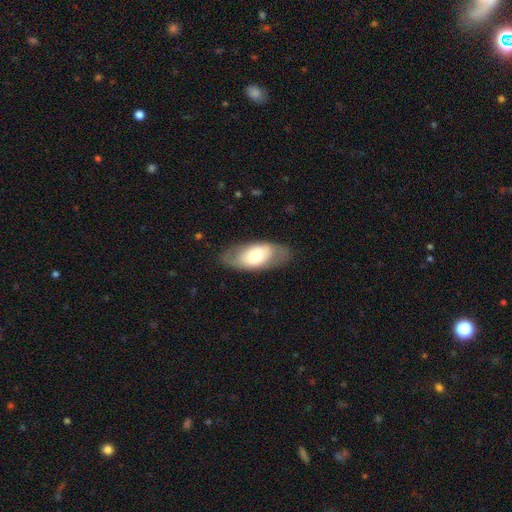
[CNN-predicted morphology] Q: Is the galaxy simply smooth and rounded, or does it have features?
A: smooth — 54%.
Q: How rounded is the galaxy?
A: in between — 89%.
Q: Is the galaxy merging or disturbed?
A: none — 77%.